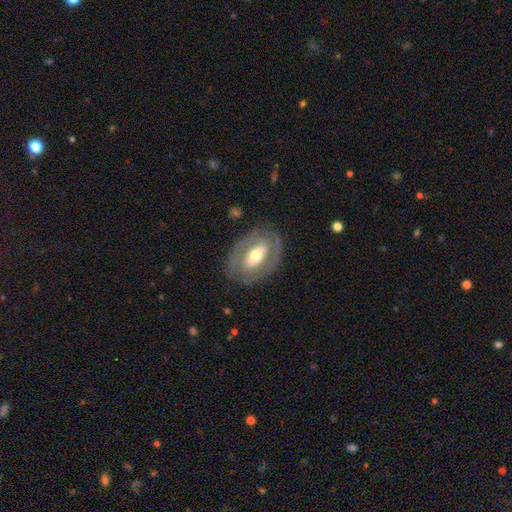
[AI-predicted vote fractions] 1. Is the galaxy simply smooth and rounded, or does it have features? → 65% featured or disk, 30% smooth, 6% star or artifact.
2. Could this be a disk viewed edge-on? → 92% no, 8% yes.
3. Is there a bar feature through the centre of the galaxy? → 43% no, 29% weak, 28% strong.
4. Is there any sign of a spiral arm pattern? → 57% no, 43% yes.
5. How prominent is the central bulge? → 62% moderate, 23% small, 13% large, 2% dominant, 1% none.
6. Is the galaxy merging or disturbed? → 79% none, 13% minor disturbance, 7% major disturbance, 1% merger.